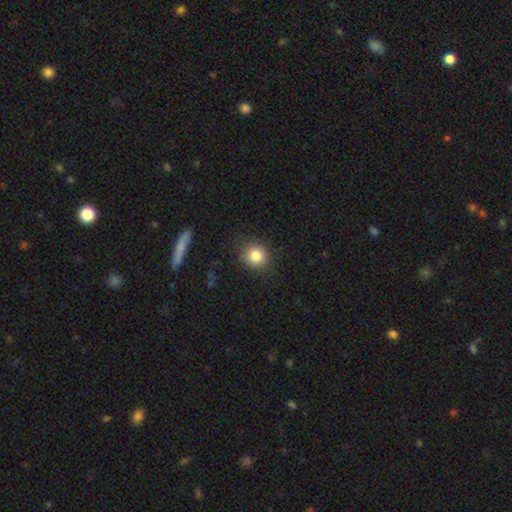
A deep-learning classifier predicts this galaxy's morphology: smooth-or-featured: smooth: 83% | star or artifact: 10% | featured or disk: 6%
  how-rounded: round: 88% | in between: 11% | cigar-shaped: 1%
  merging: none: 85% | minor disturbance: 10% | major disturbance: 3% | merger: 1%